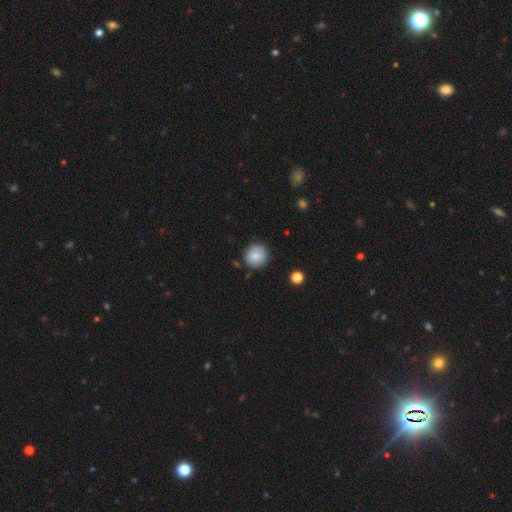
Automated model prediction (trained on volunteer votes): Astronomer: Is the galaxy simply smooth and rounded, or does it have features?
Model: smooth — 82%.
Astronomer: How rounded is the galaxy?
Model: round — 93%.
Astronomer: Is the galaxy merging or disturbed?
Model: none — 85%.